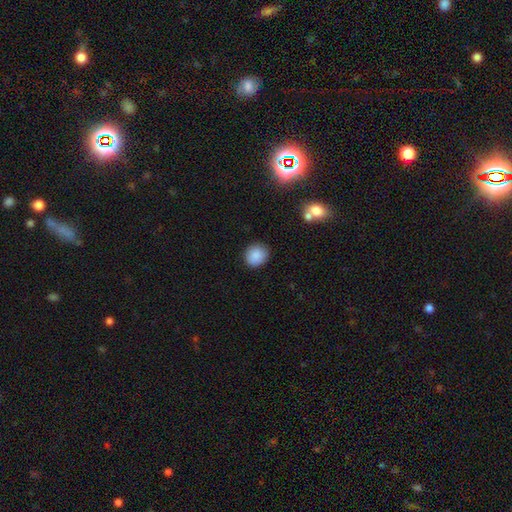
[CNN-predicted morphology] Smooth or featured?
  - smooth: 87% *
  - star or artifact: 9%
  - featured or disk: 4%
How rounded?
  - round: 81% *
  - in between: 18%
  - cigar-shaped: 1%
Merging?
  - none: 88% *
  - minor disturbance: 9%
  - major disturbance: 2%
  - merger: 1%